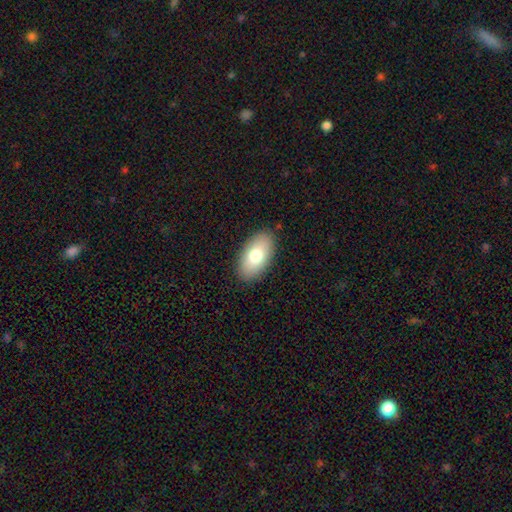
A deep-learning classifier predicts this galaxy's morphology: Smooth or featured? Predicted: smooth (p=0.76). How rounded? Predicted: in between (p=0.94). Merging? Predicted: none (p=0.88).